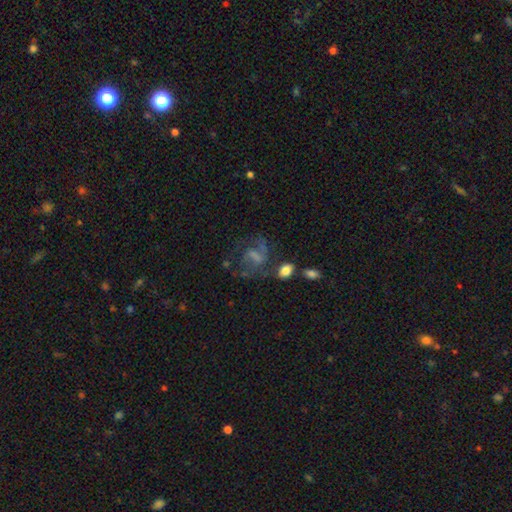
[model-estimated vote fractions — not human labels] Smooth or featured?
  - featured or disk: 55% *
  - smooth: 31%
  - star or artifact: 14%
Edge-on disk?
  - no: 97% *
  - yes: 3%
Bar?
  - weak: 41% *
  - no: 37%
  - strong: 22%
Spiral arms?
  - yes: 70% *
  - no: 30%
Bulge size?
  - none: 54% *
  - small: 20%
  - moderate: 16%
  - large: 8%
  - dominant: 2%
Merging?
  - none: 41% *
  - major disturbance: 32%
  - minor disturbance: 19%
  - merger: 8%